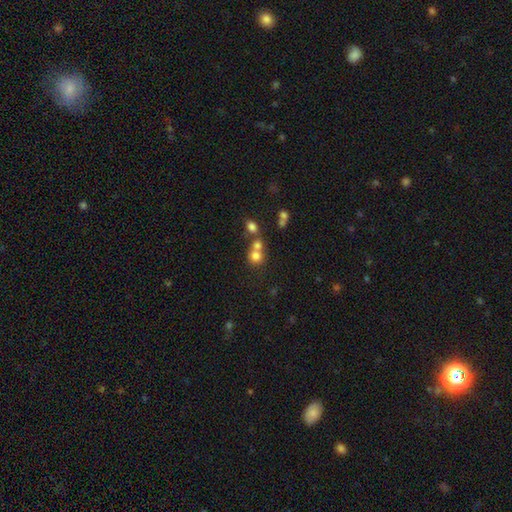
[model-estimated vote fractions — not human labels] Smooth or featured? Predicted: smooth (p=0.73). How rounded? Predicted: round (p=0.83). Merging? Predicted: merger (p=0.49).